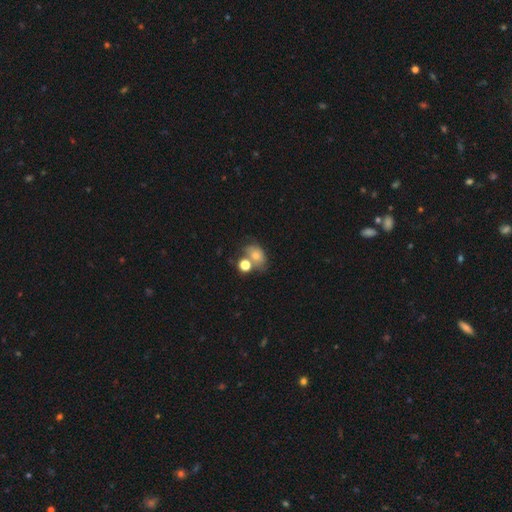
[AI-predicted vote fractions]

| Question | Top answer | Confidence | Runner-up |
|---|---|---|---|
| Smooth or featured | smooth | 69% | featured or disk (18%) |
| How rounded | in between | 63% | round (35%) |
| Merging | none | 41% | merger (33%) |